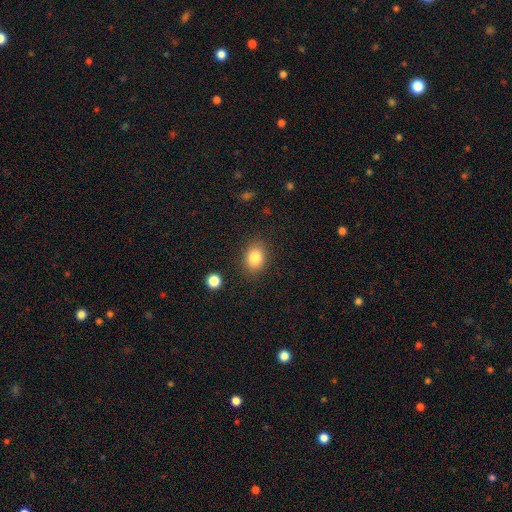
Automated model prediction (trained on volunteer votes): Q: Smooth or featured?
A: smooth (84%); runner-up: star or artifact (10%)
Q: How rounded?
A: in between (60%); runner-up: round (39%)
Q: Merging?
A: none (86%); runner-up: minor disturbance (9%)